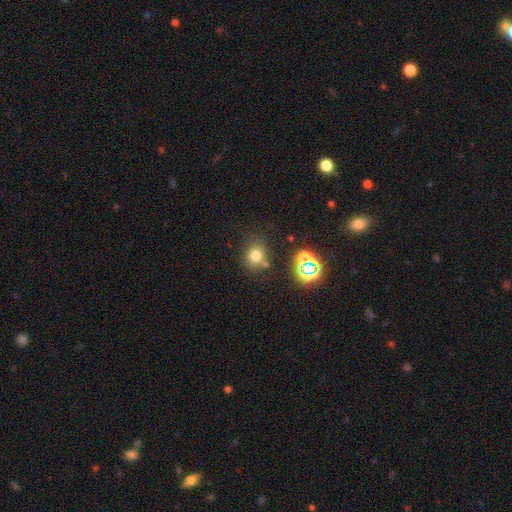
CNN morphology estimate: Q: Smooth or featured?
A: smooth (74%); runner-up: star or artifact (18%)
Q: How rounded?
A: round (76%); runner-up: in between (23%)
Q: Merging?
A: none (69%); runner-up: minor disturbance (13%)